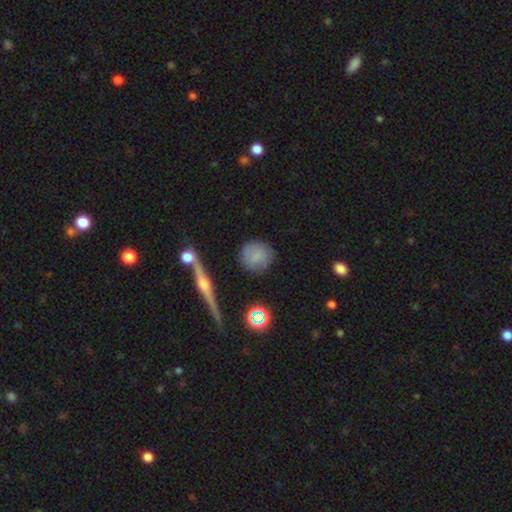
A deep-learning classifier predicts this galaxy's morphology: smooth-or-featured: smooth: 71% | featured or disk: 18% | star or artifact: 10%
  how-rounded: round: 88% | in between: 10% | cigar-shaped: 2%
  merging: none: 80% | minor disturbance: 13% | major disturbance: 4% | merger: 3%